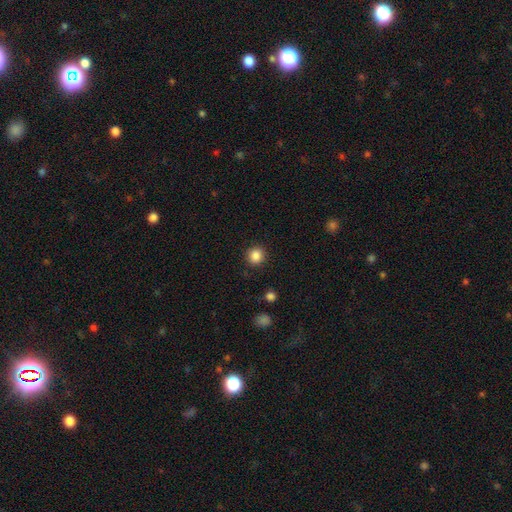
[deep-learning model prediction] A smooth galaxy with no disk features (86%) that is round (92%).

Vote fractions:
- Smooth or featured? smooth: 86% / star or artifact: 10% / featured or disk: 3%
- How rounded? round: 92% / in between: 7% / cigar-shaped: 1%
- Merging? none: 91% / minor disturbance: 6% / major disturbance: 2% / merger: 1%